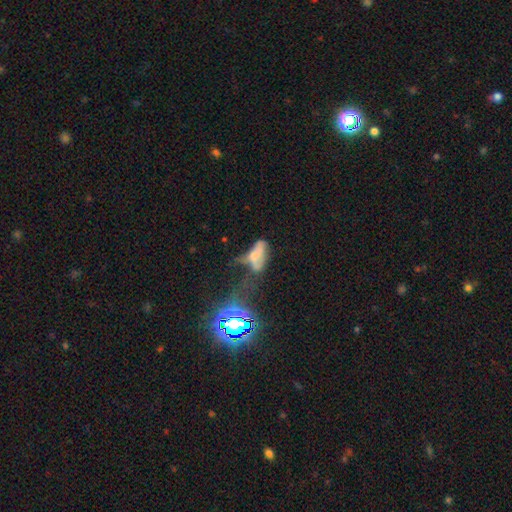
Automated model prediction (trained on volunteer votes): The model was most divided on "merging": major disturbance: 37%, merger: 27%, none: 18%, minor disturbance: 18%. Remaining: smooth or featured — smooth (47%).